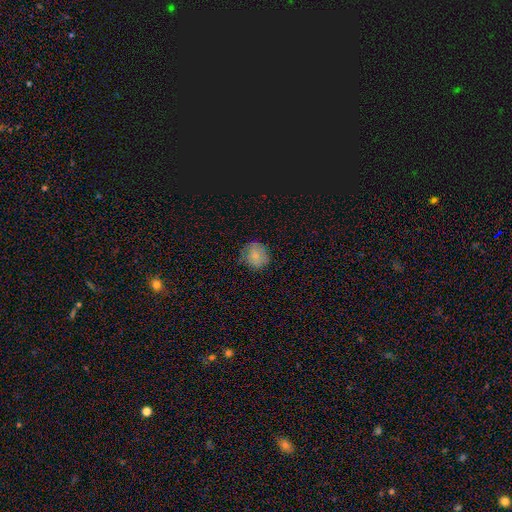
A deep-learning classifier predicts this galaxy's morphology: Smooth or featured? smooth (78%)
How rounded? round (85%)
Merging? none (73%)